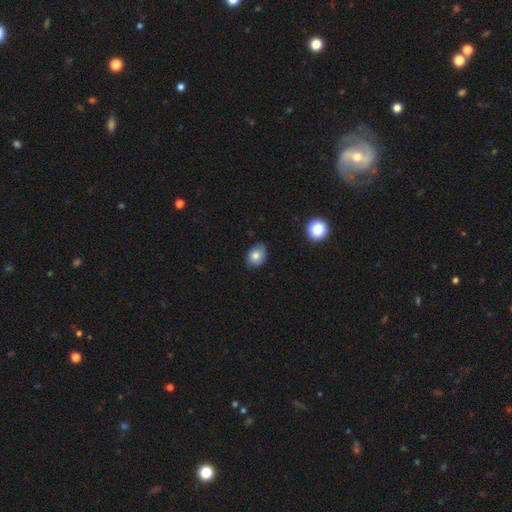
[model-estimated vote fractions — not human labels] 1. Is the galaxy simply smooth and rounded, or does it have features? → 79% smooth, 11% featured or disk, 10% star or artifact.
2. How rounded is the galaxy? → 62% in between, 37% round, 1% cigar-shaped.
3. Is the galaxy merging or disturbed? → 77% none, 19% minor disturbance, 3% major disturbance, 1% merger.